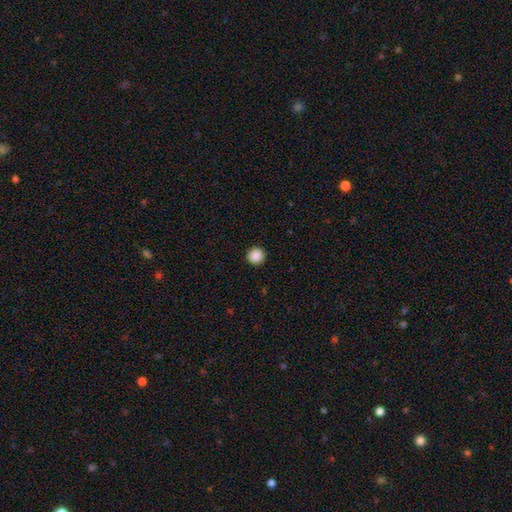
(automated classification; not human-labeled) Overall: smooth (89%). How rounded: round (94%). Merging: none (93%).